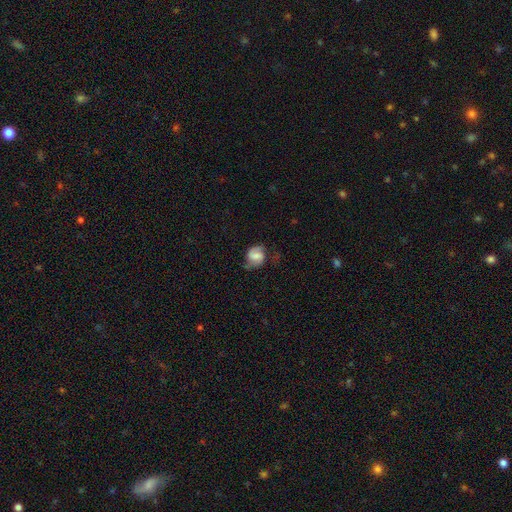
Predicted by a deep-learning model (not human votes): A smooth galaxy with no disk features (46%).

Vote fractions:
- Smooth or featured? smooth: 46% / featured or disk: 45% / star or artifact: 9%
- Merging? none: 54% / minor disturbance: 28% / major disturbance: 15% / merger: 2%